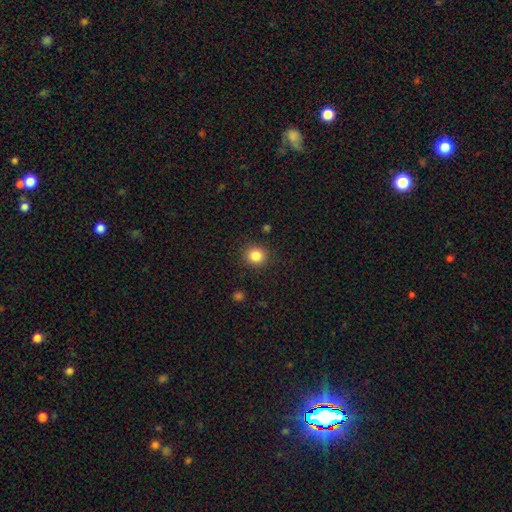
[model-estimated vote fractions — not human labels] A smooth galaxy with no disk features (84%) that is round (89%).

Vote fractions:
- Smooth or featured? smooth: 84% / star or artifact: 11% / featured or disk: 5%
- How rounded? round: 89% / in between: 10% / cigar-shaped: 1%
- Merging? none: 90% / minor disturbance: 7% / major disturbance: 2% / merger: 1%